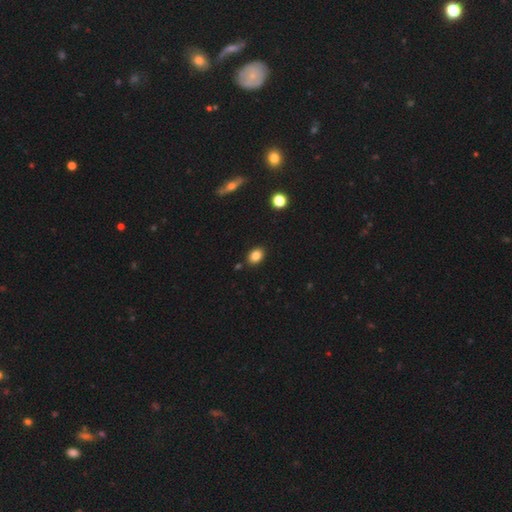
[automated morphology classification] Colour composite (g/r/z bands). It shows a smooth galaxy with no disk features (83%) that is in between round and cigar-shaped (66%). Merging: none (87%).